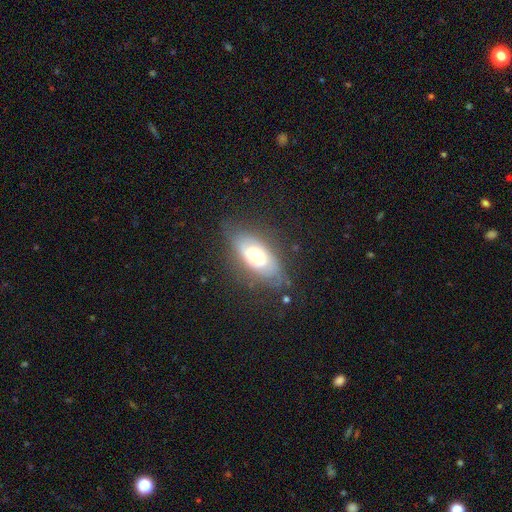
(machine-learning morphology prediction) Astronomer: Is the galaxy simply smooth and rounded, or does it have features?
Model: featured or disk — 50% (runner-up: smooth, 42%).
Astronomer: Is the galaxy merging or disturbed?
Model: none — 66%.